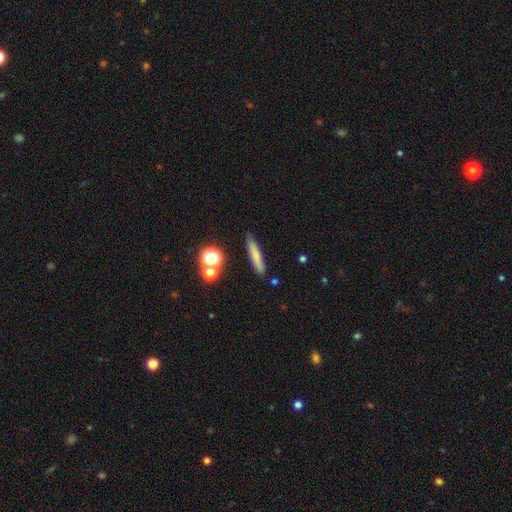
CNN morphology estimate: This is likely a smooth galaxy (69%). How rounded: clearly cigar-shaped (88%). Merging: clearly none (83%).